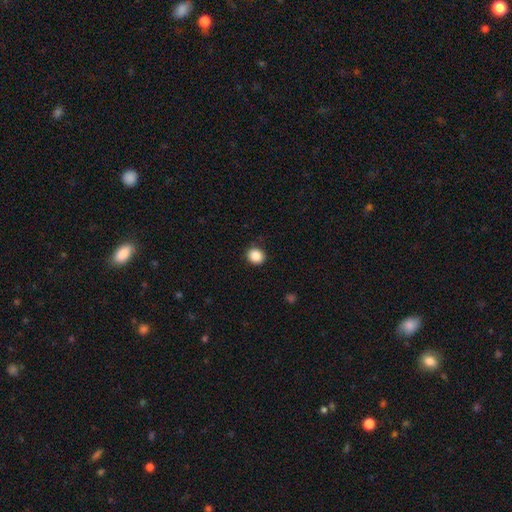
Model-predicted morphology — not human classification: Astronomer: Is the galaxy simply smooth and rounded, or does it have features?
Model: smooth — 87%.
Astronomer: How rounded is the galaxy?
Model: round — 78%.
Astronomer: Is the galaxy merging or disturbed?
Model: none — 88%.